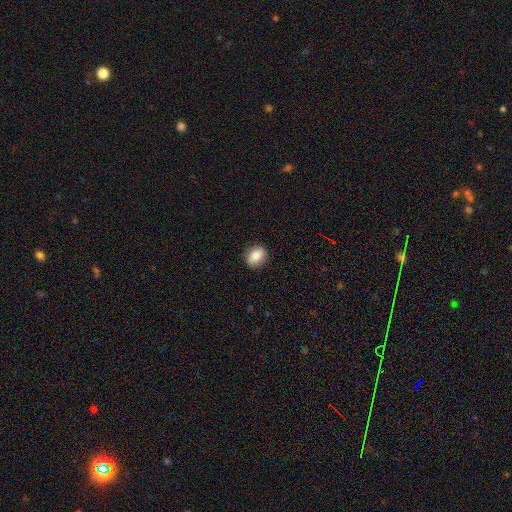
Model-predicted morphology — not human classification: smooth-or-featured: smooth: 85% | star or artifact: 8% | featured or disk: 7%
  how-rounded: in between: 56% | round: 42% | cigar-shaped: 1%
  merging: none: 88% | minor disturbance: 9% | major disturbance: 2% | merger: 1%